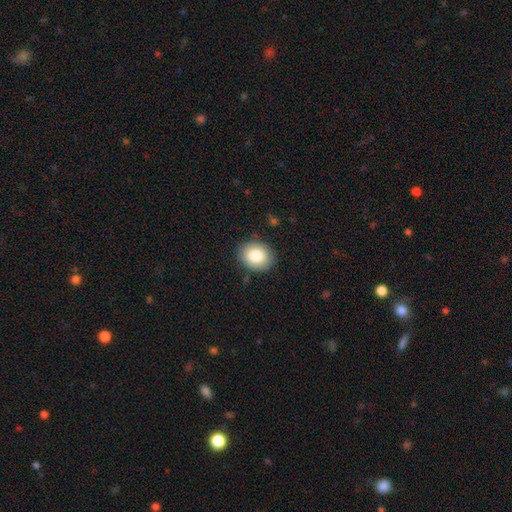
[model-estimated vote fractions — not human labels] The model was most divided on "how rounded": in between: 54%, round: 45%, cigar-shaped: 1%. More confident: merging — none (86%); smooth or featured — smooth (83%).